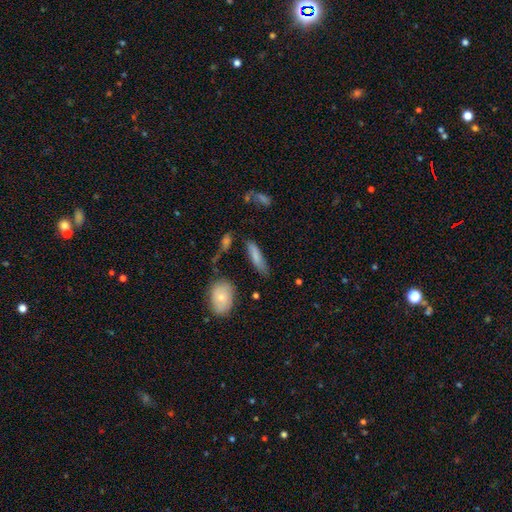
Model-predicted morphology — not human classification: type=smooth (76%); roundness=cigar-shaped (66%); merging=none (70%).